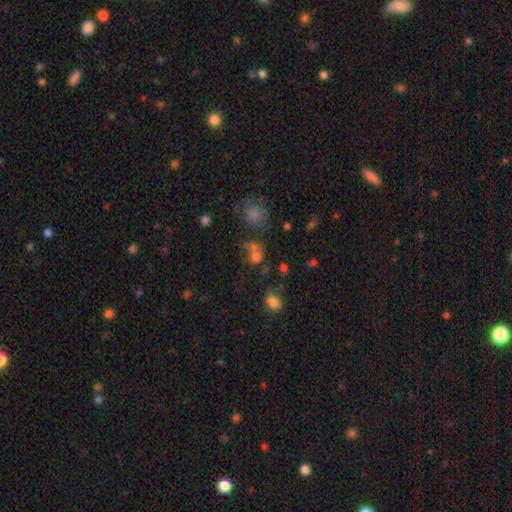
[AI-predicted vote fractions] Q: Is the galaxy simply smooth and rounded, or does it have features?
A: smooth — 69%.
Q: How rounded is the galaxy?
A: round — 71%.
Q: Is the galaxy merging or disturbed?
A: none — 42%.